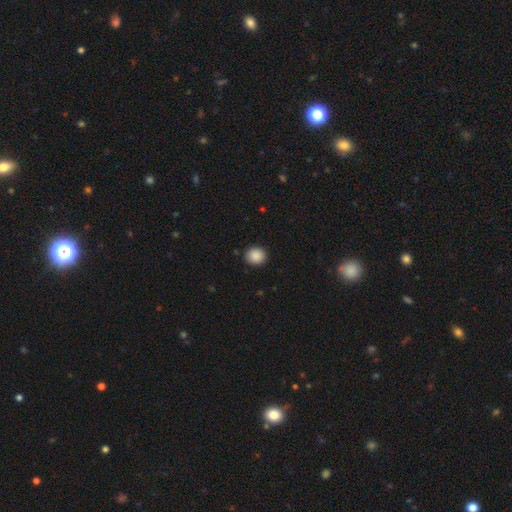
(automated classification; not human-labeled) smooth-or-featured: smooth: 89% | star or artifact: 9% | featured or disk: 2%
  how-rounded: round: 81% | in between: 18% | cigar-shaped: 1%
  merging: none: 90% | minor disturbance: 7% | major disturbance: 2% | merger: 1%